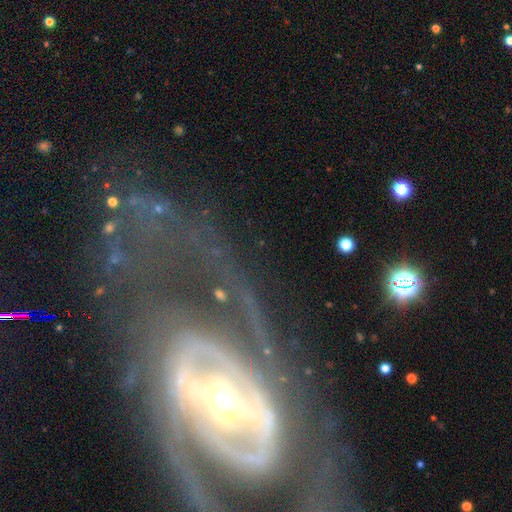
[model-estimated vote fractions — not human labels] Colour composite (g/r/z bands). It shows a featured or disk galaxy (83%) with a strong bar (41%), 2 (50%) tight (46%) spiral arms (73%) and a moderate central bulge (54%). Merging: none (54%).